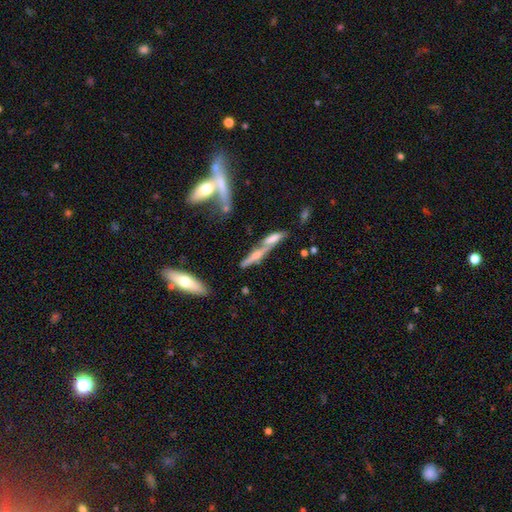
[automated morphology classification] Q: Smooth or featured?
A: featured or disk (51%); runner-up: smooth (39%)
Q: Edge-on disk?
A: yes (85%); runner-up: no (15%)
Q: Merging?
A: merger (44%); runner-up: none (39%)